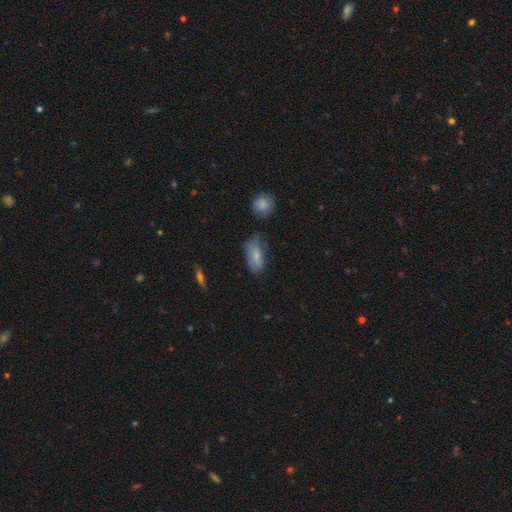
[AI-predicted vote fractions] Smooth or featured? smooth (71%)
How rounded? in between (88%)
Merging? none (57%)